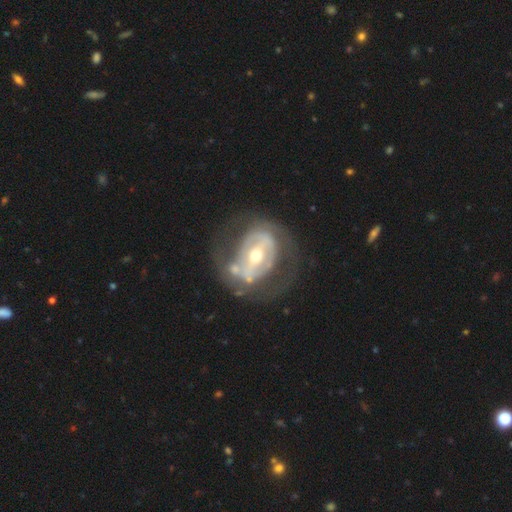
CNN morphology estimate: Overall: featured or disk (81%). Edge-on disk: no (95%). Bar: strong (49%; weak 29%). Spiral arms: yes (52%; no 48%). Bulge size: moderate (54%; small 41%). Merging: none (56%; minor disturbance 19%).